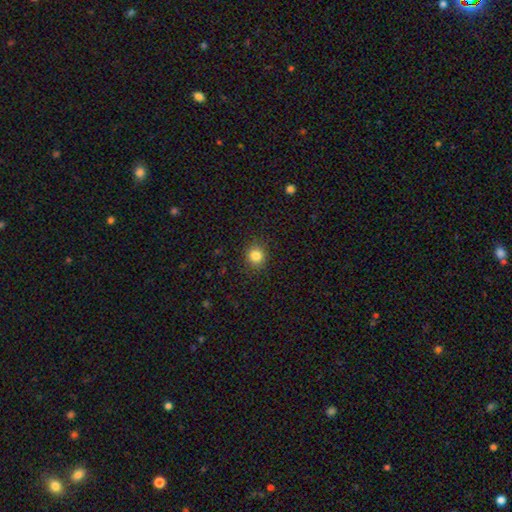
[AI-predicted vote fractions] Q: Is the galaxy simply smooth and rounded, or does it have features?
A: smooth — 84%.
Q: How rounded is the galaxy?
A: round — 86%.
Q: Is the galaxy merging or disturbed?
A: none — 90%.